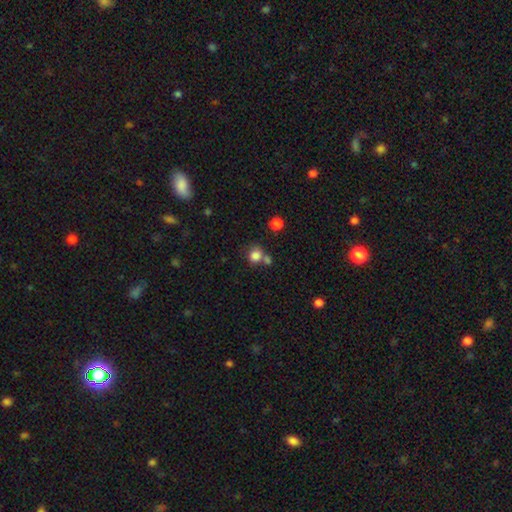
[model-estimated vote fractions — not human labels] This appears to be a smooth galaxy with no disk features (81%) that is round (73%). Merging: none (51%).